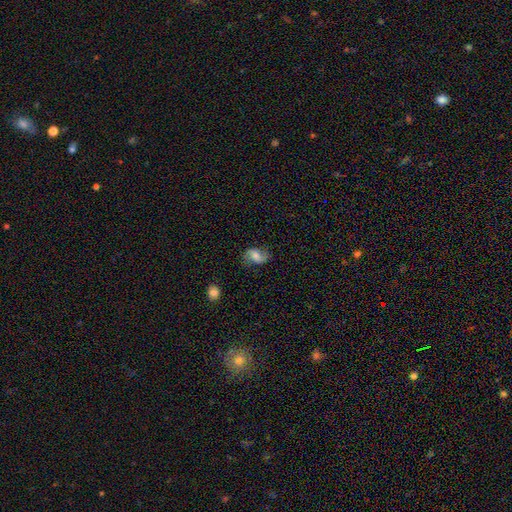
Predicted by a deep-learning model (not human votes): Smooth or featured?
  - smooth: 52% *
  - featured or disk: 39%
  - star or artifact: 9%
How rounded?
  - in between: 81% *
  - round: 17%
  - cigar-shaped: 2%
Merging?
  - none: 69% *
  - minor disturbance: 22%
  - major disturbance: 8%
  - merger: 2%